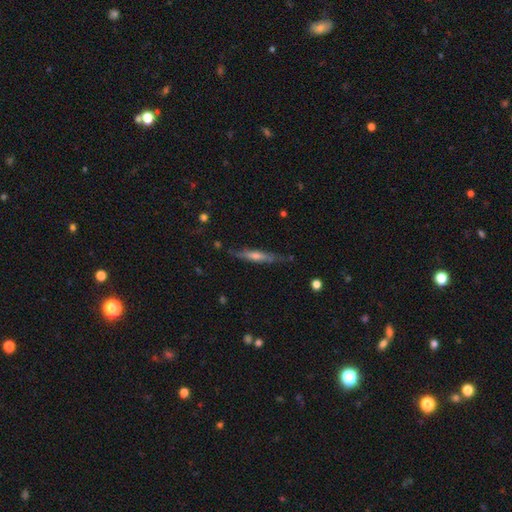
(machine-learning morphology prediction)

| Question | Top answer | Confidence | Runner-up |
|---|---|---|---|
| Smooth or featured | featured or disk | 58% | smooth (34%) |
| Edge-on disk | yes | 90% | no (10%) |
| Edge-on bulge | rounded | 57% | none (30%) |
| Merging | none | 78% | minor disturbance (17%) |